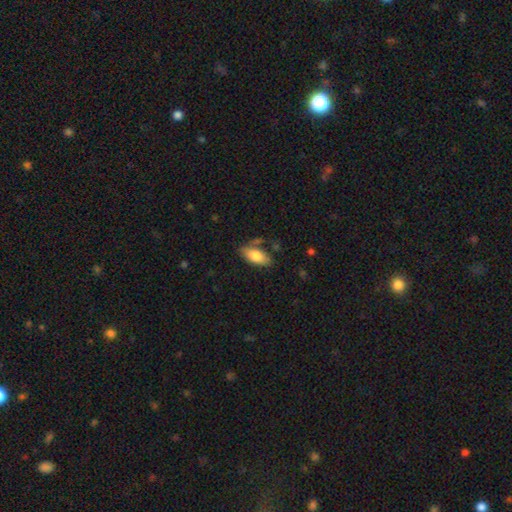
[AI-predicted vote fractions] Smooth or featured: smooth — 79% (featured or disk — 14%)
How rounded: in between — 89% (cigar-shaped — 9%)
Merging: none — 67% (minor disturbance — 20%)